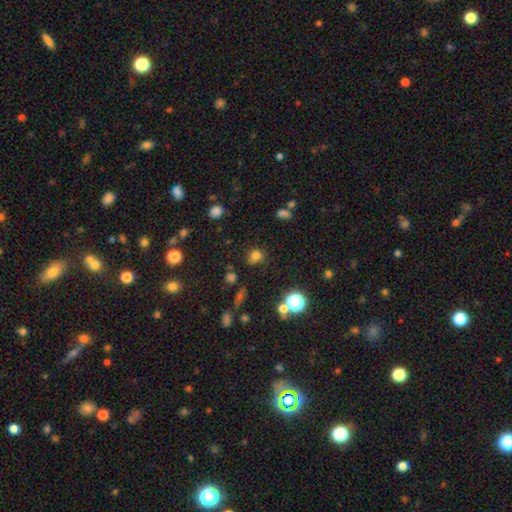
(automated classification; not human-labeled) Overall: smooth (71%). How rounded: round (66%; in between 32%). Merging: none (72%).